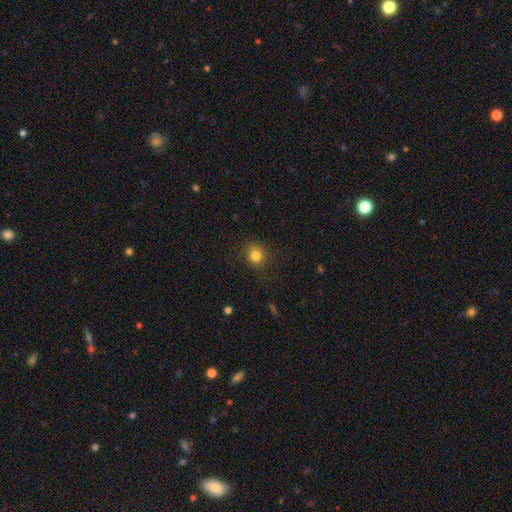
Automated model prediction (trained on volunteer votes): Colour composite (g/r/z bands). It shows a smooth galaxy with no disk features (82%) that is round (88%). Merging: none (87%).